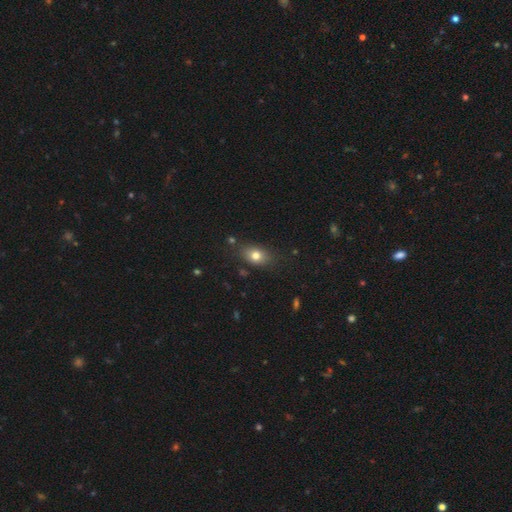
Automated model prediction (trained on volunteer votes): This is likely a smooth galaxy (76%). How rounded: likely in between (76%). Merging: likely none (79%).